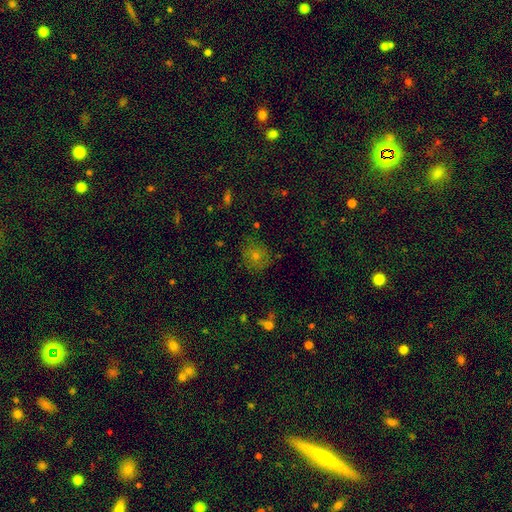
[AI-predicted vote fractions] Smooth or featured? smooth (52%)
How rounded? round (85%)
Merging? none (79%)